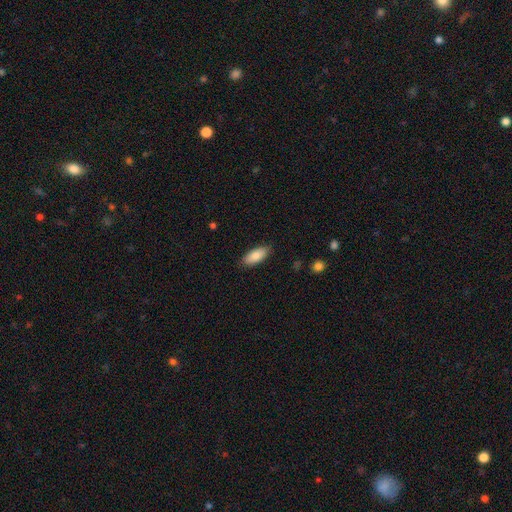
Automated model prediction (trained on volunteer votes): smooth_or_featured: smooth (p=0.85) [alt: featured or disk p=0.09]
how_rounded: in between (p=0.84) [alt: cigar-shaped p=0.14]
merging: none (p=0.86) [alt: minor disturbance p=0.11]